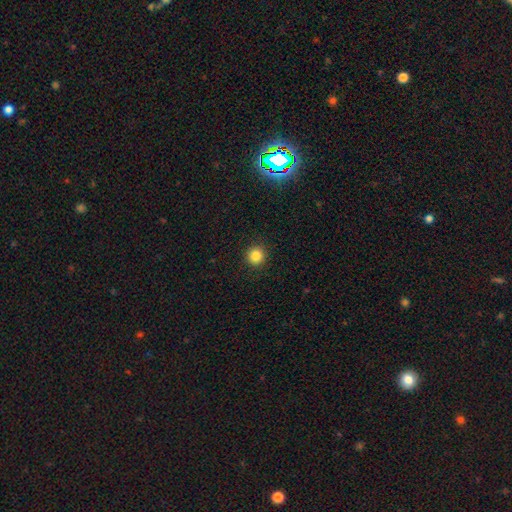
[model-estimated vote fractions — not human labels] Smooth or featured? smooth (85%)
How rounded? round (94%)
Merging? none (92%)